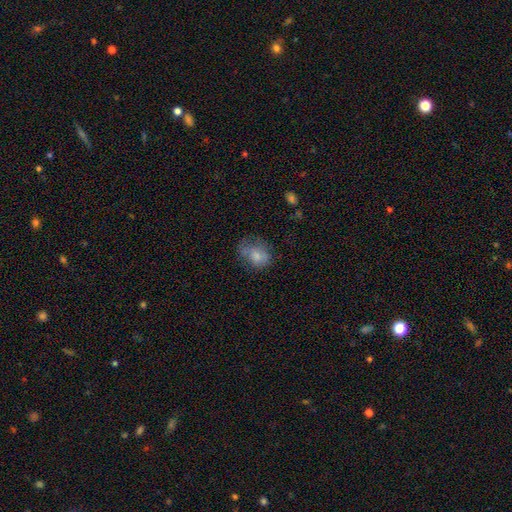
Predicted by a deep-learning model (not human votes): Morphology: type=smooth (63%); roundness=in between (59%); merging=none (49%).